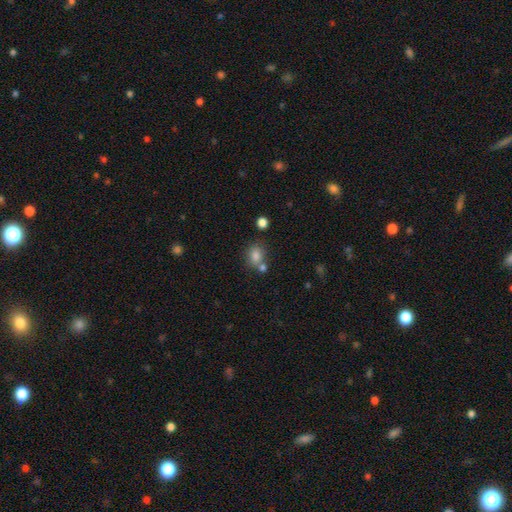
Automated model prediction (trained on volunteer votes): This appears to be a smooth galaxy with no disk features (80%) that is in between round and cigar-shaped (53%). Merging: none (57%).